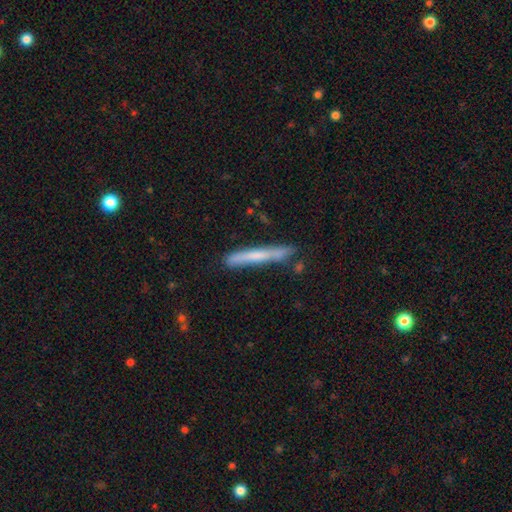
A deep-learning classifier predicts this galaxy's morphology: A smooth galaxy with no disk features (56%) that is cigar-shaped (96%).

Vote fractions:
- Smooth or featured? smooth: 56% / featured or disk: 38% / star or artifact: 6%
- How rounded? cigar-shaped: 96% / in between: 2% / round: 1%
- Merging? none: 81% / minor disturbance: 14% / merger: 3% / major disturbance: 2%